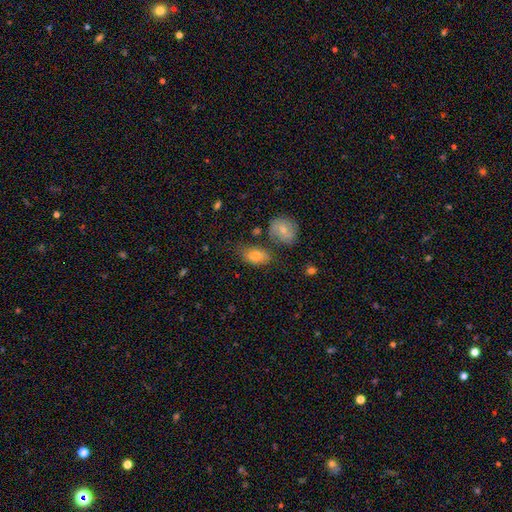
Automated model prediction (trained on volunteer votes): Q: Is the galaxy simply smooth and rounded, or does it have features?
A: smooth — 77%.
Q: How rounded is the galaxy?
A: in between — 87%.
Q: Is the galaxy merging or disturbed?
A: none — 61%.